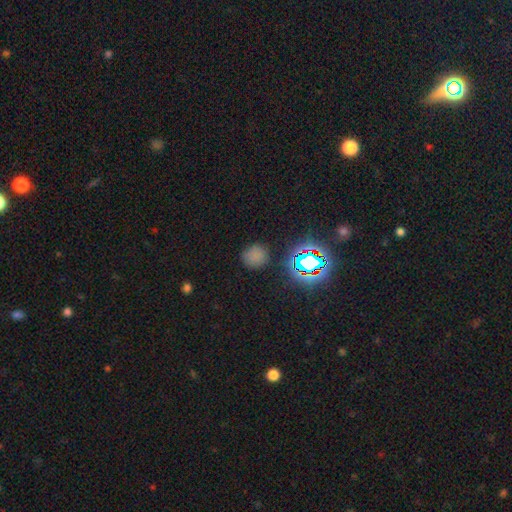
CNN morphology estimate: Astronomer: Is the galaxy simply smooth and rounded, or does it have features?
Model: smooth — 68%.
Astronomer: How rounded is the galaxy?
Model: round — 87%.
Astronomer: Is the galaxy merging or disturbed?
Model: none — 84%.